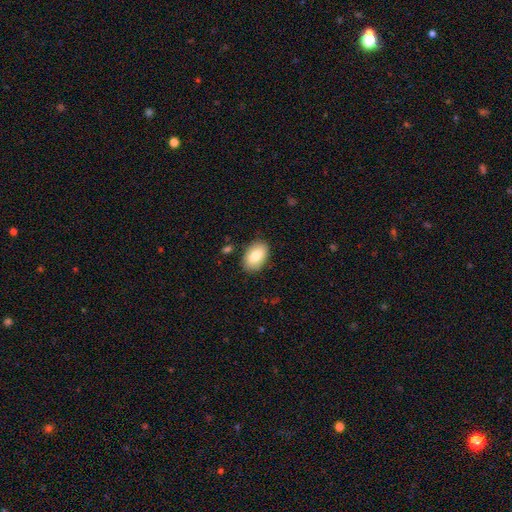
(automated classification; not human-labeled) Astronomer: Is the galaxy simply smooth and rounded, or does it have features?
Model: smooth — 81%.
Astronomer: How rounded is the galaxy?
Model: in between — 92%.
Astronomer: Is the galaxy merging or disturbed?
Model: none — 86%.